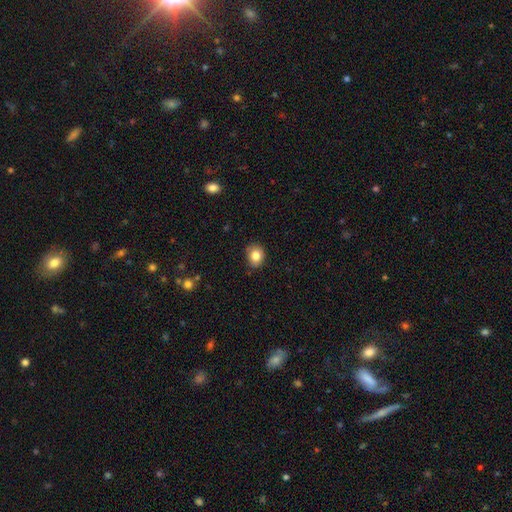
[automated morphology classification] Overall: smooth (83%). How rounded: round (59%; in between 40%). Merging: none (82%).